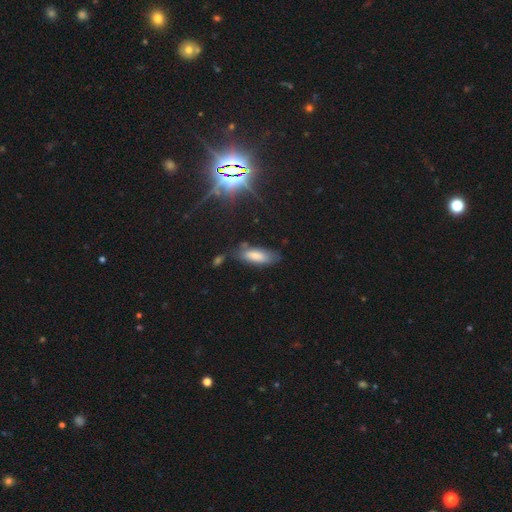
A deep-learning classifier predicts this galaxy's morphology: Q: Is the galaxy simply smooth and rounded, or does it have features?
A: smooth — 76%.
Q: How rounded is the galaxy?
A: in between — 69%.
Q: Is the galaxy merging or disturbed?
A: none — 63%.